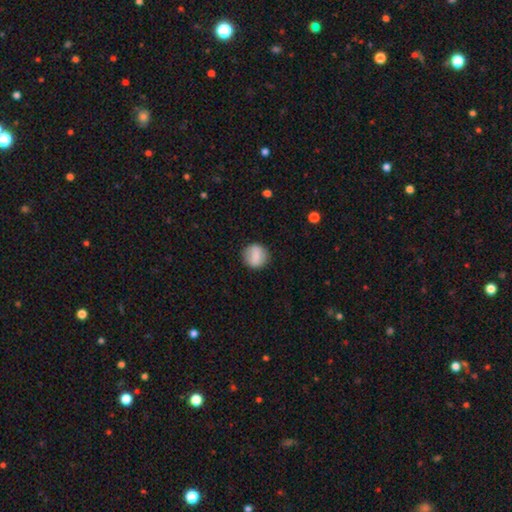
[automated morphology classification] Smooth or featured? smooth (75%)
How rounded? round (82%)
Merging? none (86%)